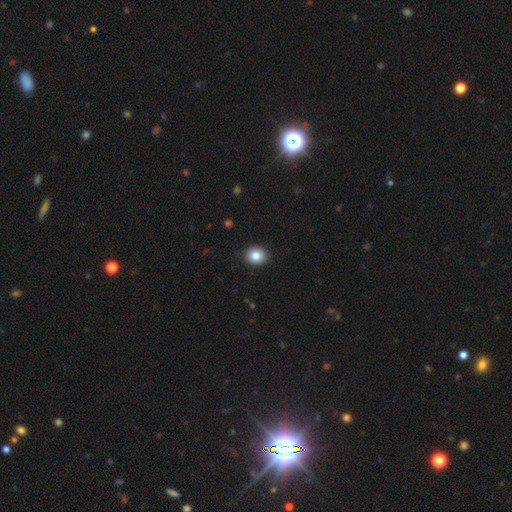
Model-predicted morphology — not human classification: smooth 84%, star or artifact 9%, featured or disk 7%. Down the decision tree: how rounded — round (75%); merging — none (92%).